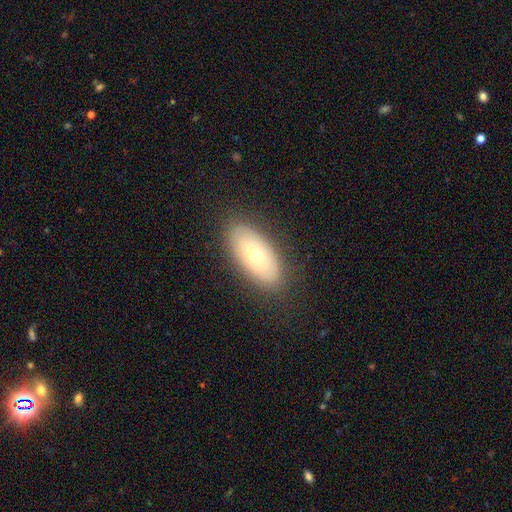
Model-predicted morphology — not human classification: smooth-or-featured: smooth: 55% | featured or disk: 37% | star or artifact: 8%
  how-rounded: in between: 88% | cigar-shaped: 8% | round: 5%
  merging: none: 86% | minor disturbance: 10% | major disturbance: 3% | merger: 1%